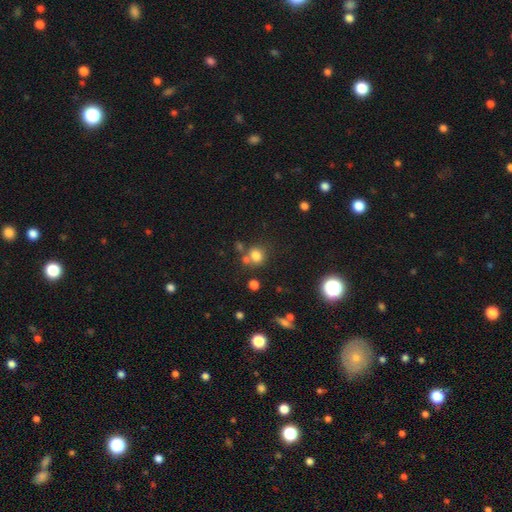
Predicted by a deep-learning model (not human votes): A smooth galaxy with no disk features (77%) that is round (81%).

Vote fractions:
- Smooth or featured? smooth: 77% / star or artifact: 16% / featured or disk: 8%
- How rounded? round: 81% / in between: 18% / cigar-shaped: 1%
- Merging? none: 61% / merger: 24% / minor disturbance: 11% / major disturbance: 5%